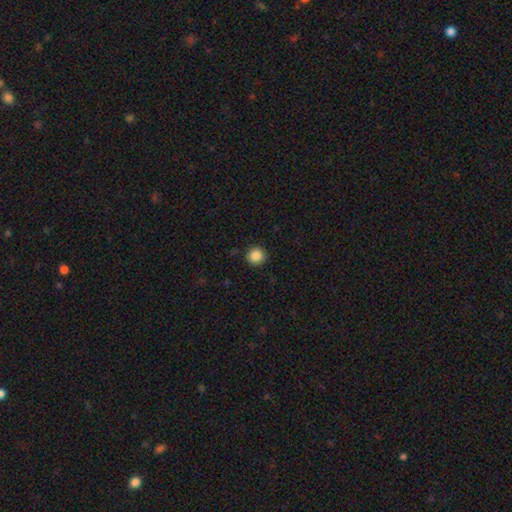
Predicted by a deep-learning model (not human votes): A smooth galaxy with no disk features (87%) that is round (93%).

Vote fractions:
- Smooth or featured? smooth: 87% / star or artifact: 10% / featured or disk: 3%
- How rounded? round: 93% / in between: 6% / cigar-shaped: 1%
- Merging? none: 91% / minor disturbance: 6% / major disturbance: 2% / merger: 1%